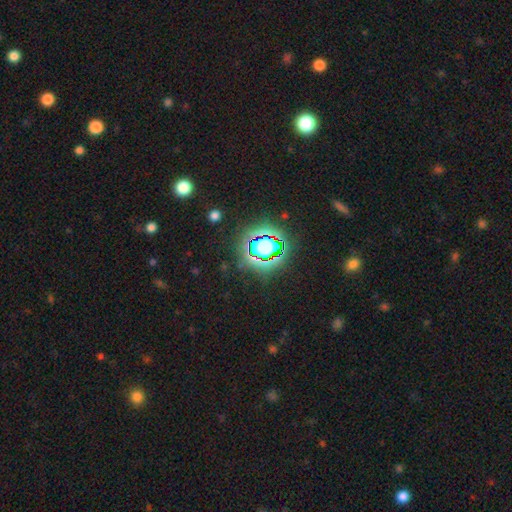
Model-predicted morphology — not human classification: Q: Smooth or featured?
A: star or artifact (73%); runner-up: smooth (18%)